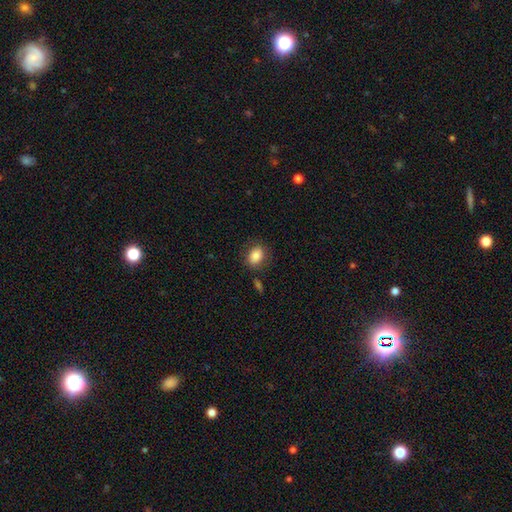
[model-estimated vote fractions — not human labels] This appears to be a smooth galaxy with no disk features (85%) that is in between round and cigar-shaped (71%). Merging: none (79%).